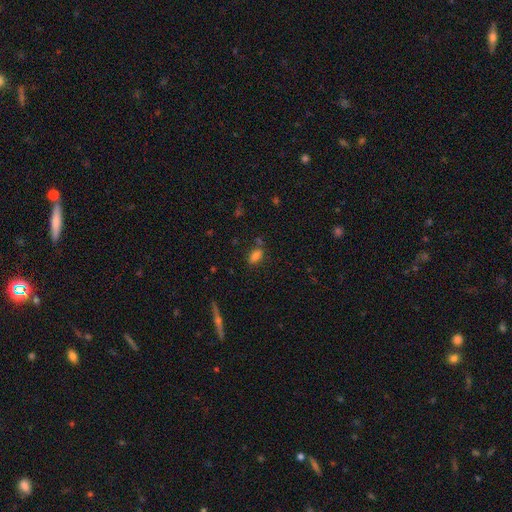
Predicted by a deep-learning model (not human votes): Smooth or featured: smooth — 80% (star or artifact — 13%)
How rounded: in between — 84% (cigar-shaped — 11%)
Merging: none — 72% (minor disturbance — 15%)